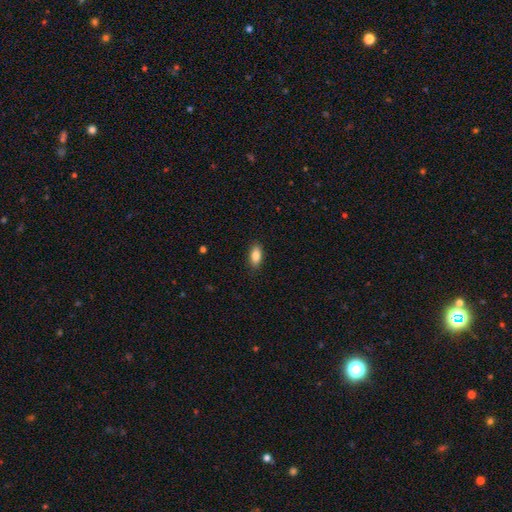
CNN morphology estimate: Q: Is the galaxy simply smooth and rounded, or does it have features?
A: smooth — 84%.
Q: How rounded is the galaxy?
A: in between — 86%.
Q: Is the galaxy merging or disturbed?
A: none — 87%.